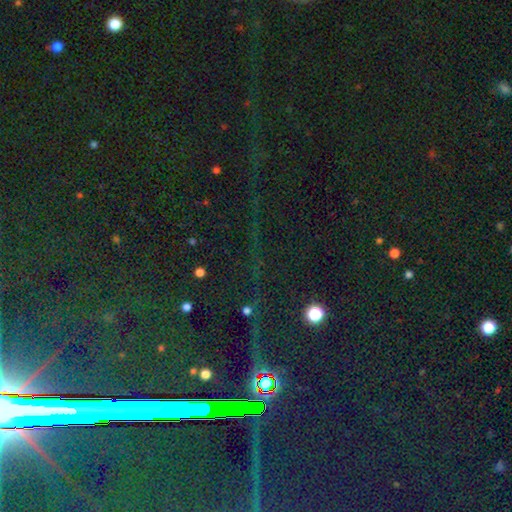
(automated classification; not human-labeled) star or artifact 86%, smooth 7%, featured or disk 7%.